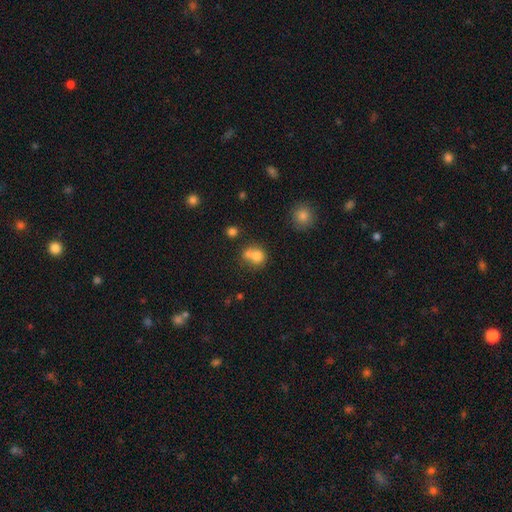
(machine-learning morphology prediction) type=smooth (74%); roundness=round (80%); merging=merger (53%).